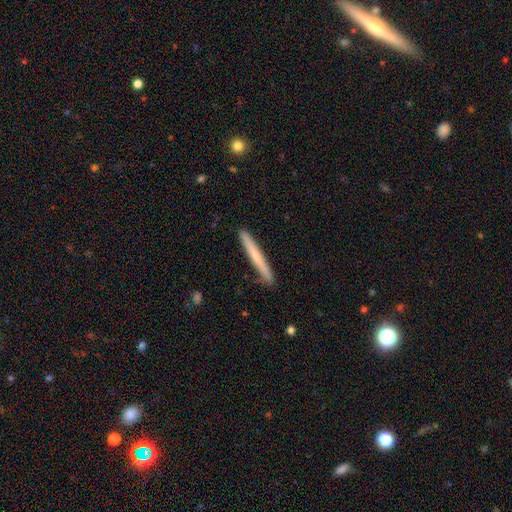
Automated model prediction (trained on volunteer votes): Q: Smooth or featured?
A: smooth (60%); runner-up: featured or disk (35%)
Q: How rounded?
A: cigar-shaped (97%); runner-up: in between (2%)
Q: Merging?
A: none (89%); runner-up: minor disturbance (8%)